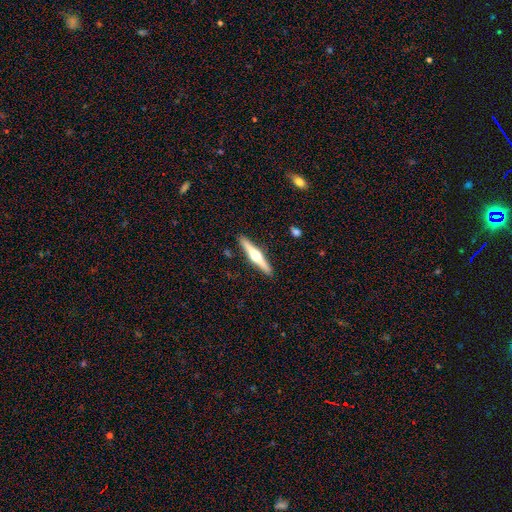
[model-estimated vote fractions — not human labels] Morphology: type=featured or disk (72%); edge-on=yes (98%); edge-on bulge=rounded (95%); merging=none (91%).